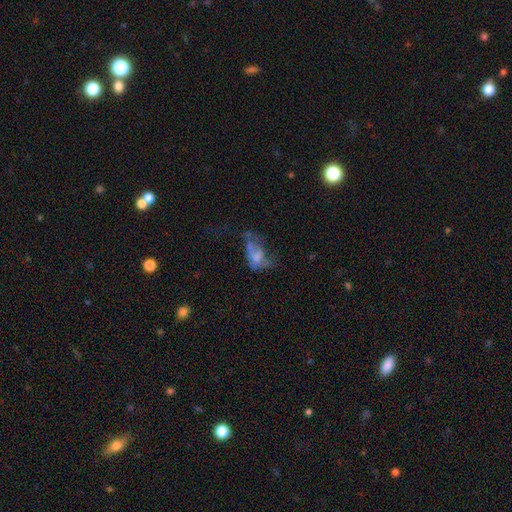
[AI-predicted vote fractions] smooth-or-featured: smooth: 47% | featured or disk: 39% | star or artifact: 14%
  merging: major disturbance: 42% | none: 20% | merger: 20% | minor disturbance: 18%